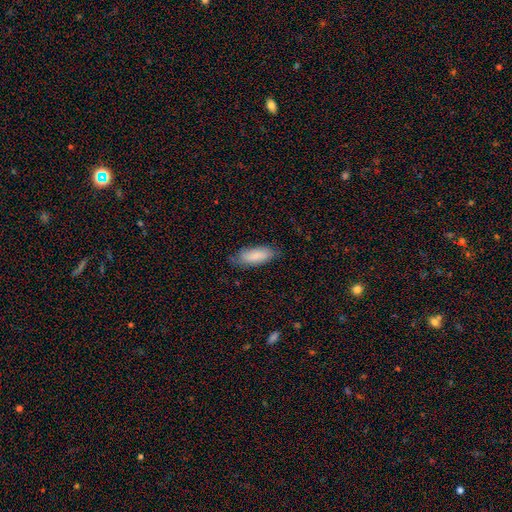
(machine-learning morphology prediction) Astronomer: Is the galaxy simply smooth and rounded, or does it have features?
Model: smooth — 80%.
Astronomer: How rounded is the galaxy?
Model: in between — 78%.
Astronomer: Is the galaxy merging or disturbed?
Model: none — 73%.